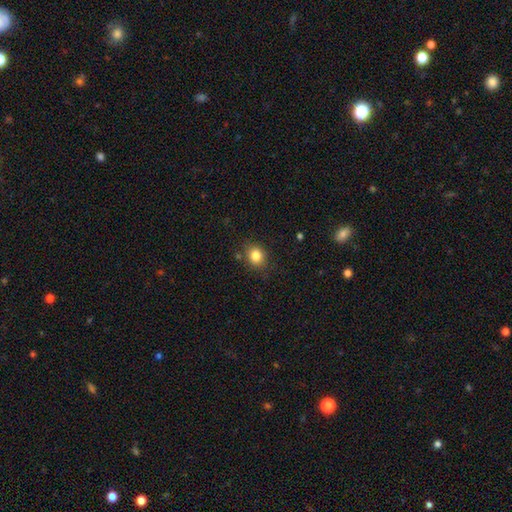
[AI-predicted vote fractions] Smooth or featured? smooth (83%)
How rounded? round (67%)
Merging? none (81%)